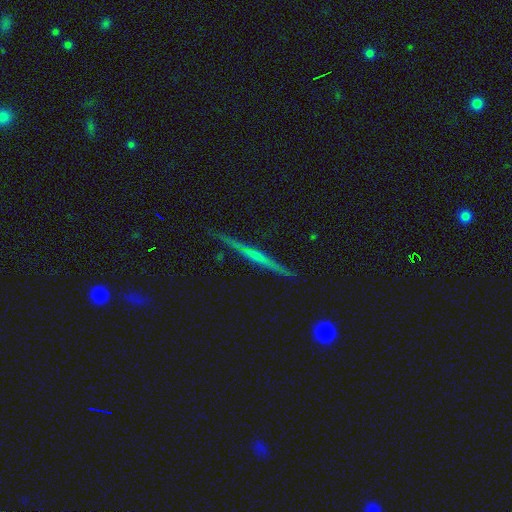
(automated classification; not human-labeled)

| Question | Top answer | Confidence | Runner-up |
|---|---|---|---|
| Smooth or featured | featured or disk | 67% | smooth (25%) |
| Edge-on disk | yes | 98% | no (2%) |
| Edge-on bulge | none | 68% | rounded (22%) |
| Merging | none | 90% | minor disturbance (8%) |